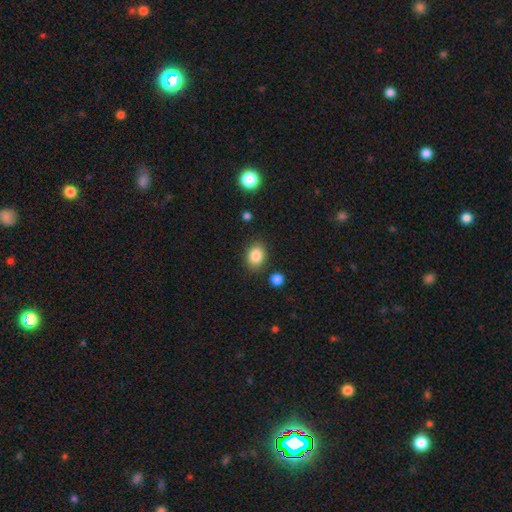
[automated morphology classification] smooth_or_featured: smooth (p=0.86) [alt: star or artifact p=0.09]
how_rounded: in between (p=0.60) [alt: round p=0.39]
merging: none (p=0.83) [alt: minor disturbance p=0.11]